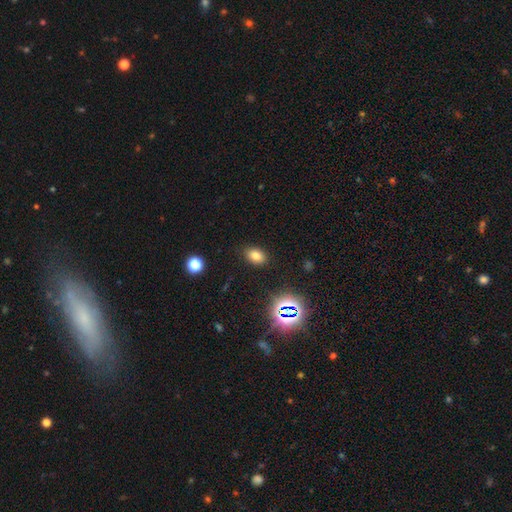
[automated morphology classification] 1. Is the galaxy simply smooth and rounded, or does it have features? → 75% smooth, 17% star or artifact, 8% featured or disk.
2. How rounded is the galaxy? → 81% in between, 17% round, 1% cigar-shaped.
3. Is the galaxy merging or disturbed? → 87% none, 9% minor disturbance, 3% major disturbance, 1% merger.